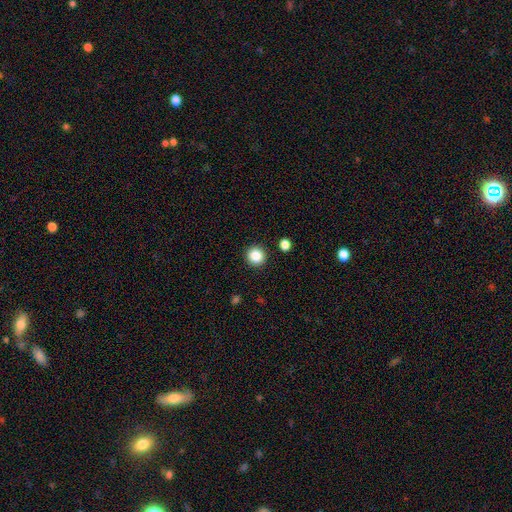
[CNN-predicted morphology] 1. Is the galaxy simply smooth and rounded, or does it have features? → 86% smooth, 10% star or artifact, 4% featured or disk.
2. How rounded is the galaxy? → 95% round, 4% in between, 1% cigar-shaped.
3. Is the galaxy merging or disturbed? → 92% none, 5% minor disturbance, 2% merger, 2% major disturbance.